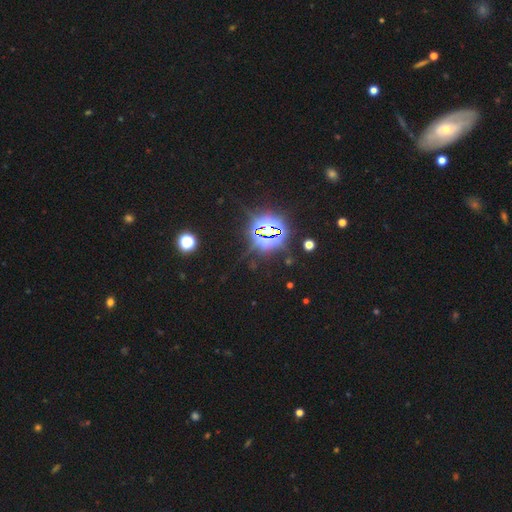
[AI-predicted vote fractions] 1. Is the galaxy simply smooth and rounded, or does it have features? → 84% star or artifact, 10% smooth, 6% featured or disk.